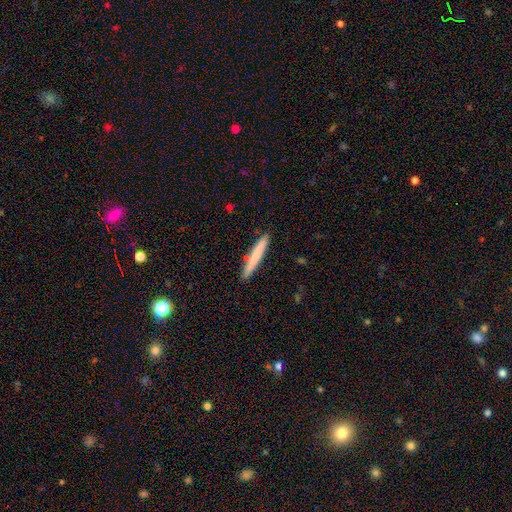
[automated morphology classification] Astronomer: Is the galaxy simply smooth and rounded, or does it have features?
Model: smooth — 74%.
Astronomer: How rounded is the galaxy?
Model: cigar-shaped — 96%.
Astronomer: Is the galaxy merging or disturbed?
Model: none — 89%.